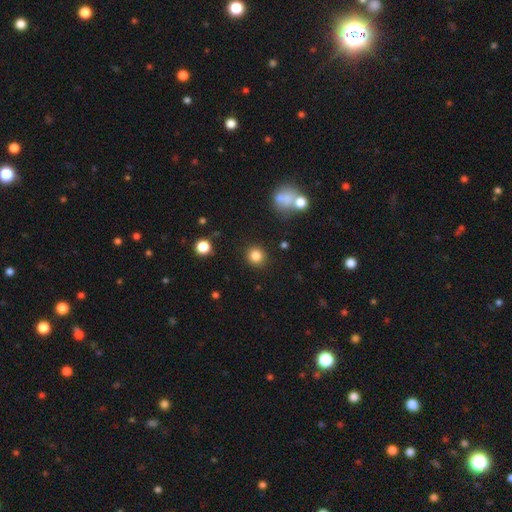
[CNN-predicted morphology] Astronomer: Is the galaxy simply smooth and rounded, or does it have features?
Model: smooth — 83%.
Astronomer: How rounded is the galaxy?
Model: round — 91%.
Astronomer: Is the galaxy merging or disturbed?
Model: none — 90%.